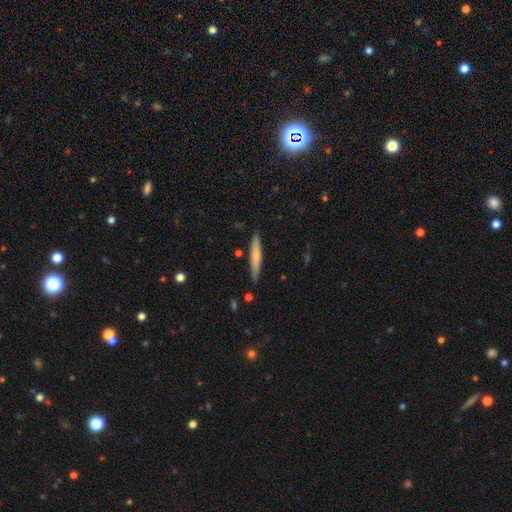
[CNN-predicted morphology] Smooth or featured? Predicted: smooth (p=0.68). How rounded? Predicted: cigar-shaped (p=0.94). Merging? Predicted: none (p=0.87).